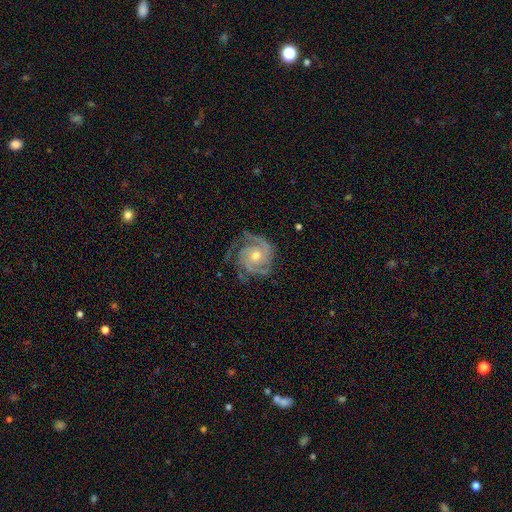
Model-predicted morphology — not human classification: A featured or disk galaxy (92%) with no bar (72%), 3 (49%) tight (65%) spiral arms (98%) and a moderate central bulge (59%).

Vote fractions:
- Smooth or featured? featured or disk: 92% / star or artifact: 5% / smooth: 4%
- Edge-on disk? no: 98% / yes: 2%
- Bar? no: 72% / weak: 21% / strong: 7%
- Spiral arms? yes: 98% / no: 2%
- Spiral winding? tight: 65% / medium: 31% / loose: 4%
- Spiral arm count? 3: 49% / 2: 27% / 4: 8% / can't tell: 7% / 1: 4% / more than 4: 4%
- Bulge size? moderate: 59% / small: 37% / large: 2% / none: 1% / dominant: 1%
- Merging? none: 75% / minor disturbance: 17% / major disturbance: 6% / merger: 1%